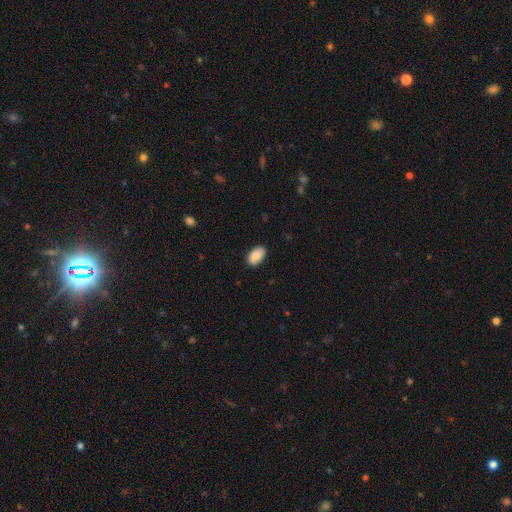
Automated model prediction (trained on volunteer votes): smooth_or_featured: smooth (p=0.86) [alt: featured or disk p=0.08]
how_rounded: in between (p=0.92) [alt: round p=0.07]
merging: none (p=0.85) [alt: minor disturbance p=0.12]